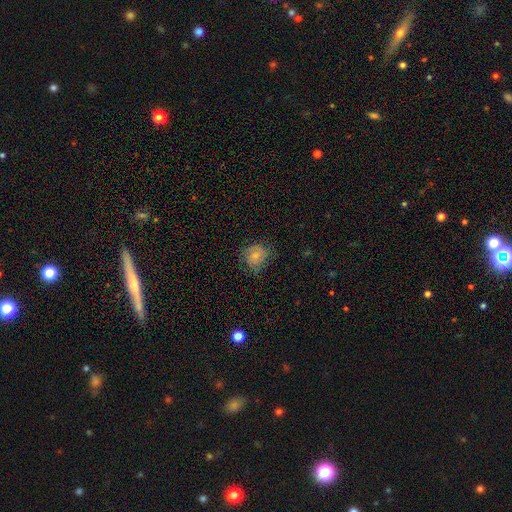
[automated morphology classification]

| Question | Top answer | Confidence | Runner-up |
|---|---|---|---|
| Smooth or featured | smooth | 60% | featured or disk (31%) |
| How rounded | round | 77% | in between (22%) |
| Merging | none | 63% | minor disturbance (26%) |